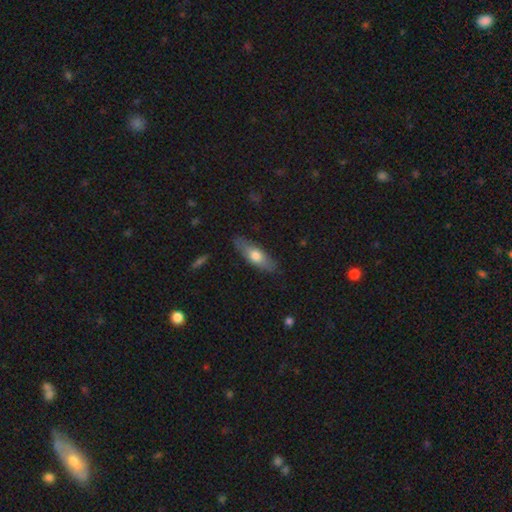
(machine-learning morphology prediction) Smooth or featured? smooth (62%)
How rounded? in between (54%)
Merging? none (81%)